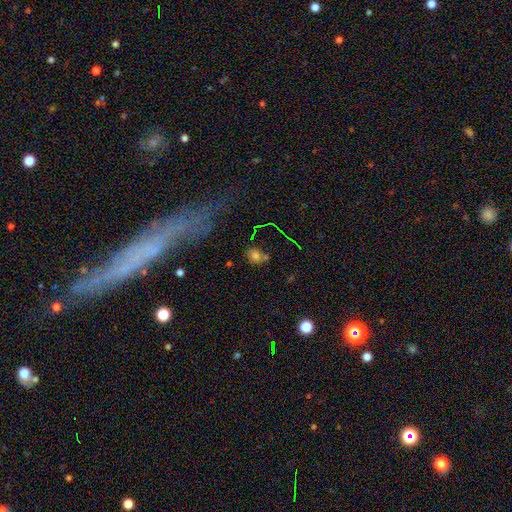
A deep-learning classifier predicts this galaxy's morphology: The model was most divided on "how rounded": round: 64%, in between: 34%, cigar-shaped: 2%. More confident: smooth or featured — smooth (68%); merging — none (62%).